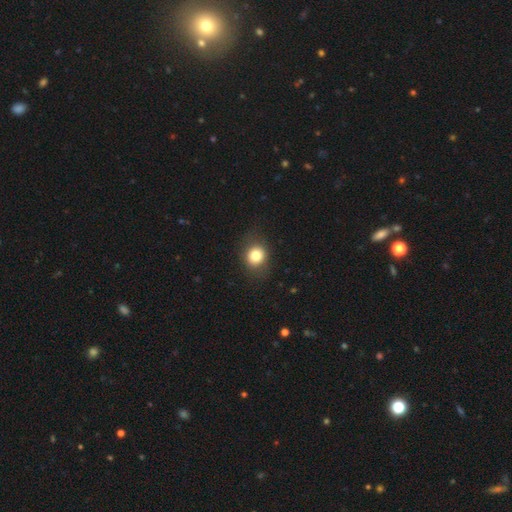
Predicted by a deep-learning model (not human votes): Smooth or featured?
  - smooth: 80% *
  - star or artifact: 10%
  - featured or disk: 10%
How rounded?
  - round: 72% *
  - in between: 27%
  - cigar-shaped: 1%
Merging?
  - none: 83% *
  - minor disturbance: 12%
  - major disturbance: 4%
  - merger: 1%